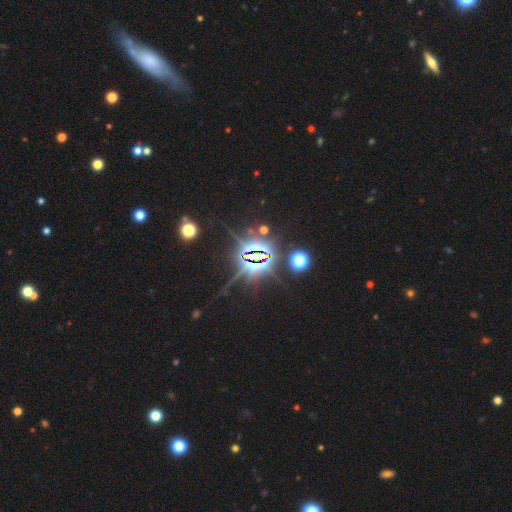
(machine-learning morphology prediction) This appears to be a star or artifact, not a galaxy (81%).